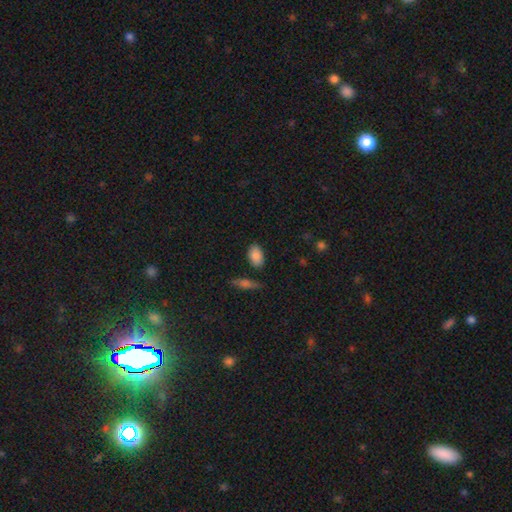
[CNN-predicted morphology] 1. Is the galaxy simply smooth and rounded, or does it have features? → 86% smooth, 7% star or artifact, 7% featured or disk.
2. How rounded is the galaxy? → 90% in between, 8% round, 2% cigar-shaped.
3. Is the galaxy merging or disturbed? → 81% none, 13% minor disturbance, 4% merger, 3% major disturbance.